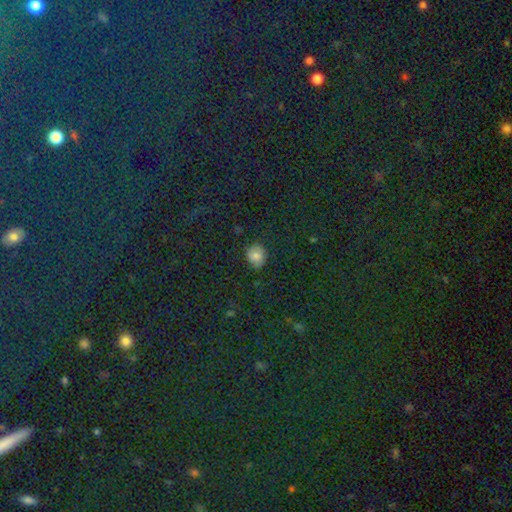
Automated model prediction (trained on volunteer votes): smooth-or-featured: smooth: 72% | star or artifact: 16% | featured or disk: 12%
  how-rounded: round: 70% | in between: 29% | cigar-shaped: 1%
  merging: none: 80% | minor disturbance: 15% | major disturbance: 4% | merger: 1%